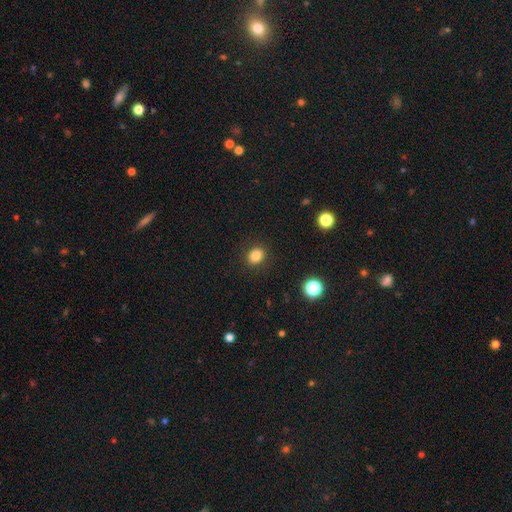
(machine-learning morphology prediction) Smooth or featured: smooth — 83% (star or artifact — 12%)
How rounded: round — 62% (in between — 37%)
Merging: none — 90% (minor disturbance — 7%)